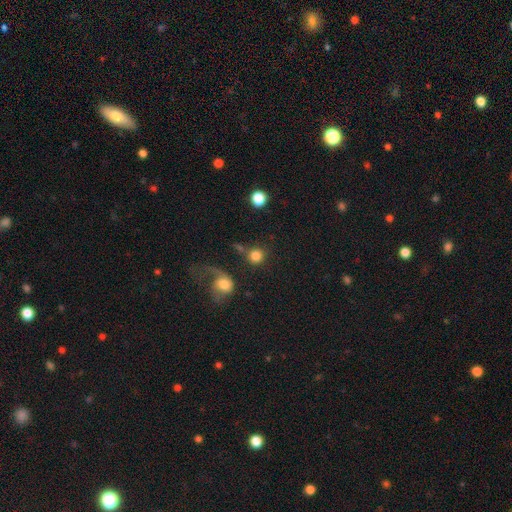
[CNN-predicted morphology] smooth 81%, featured or disk 10%, star or artifact 9%. Down the decision tree: how rounded — round (91%); merging — none (64%).